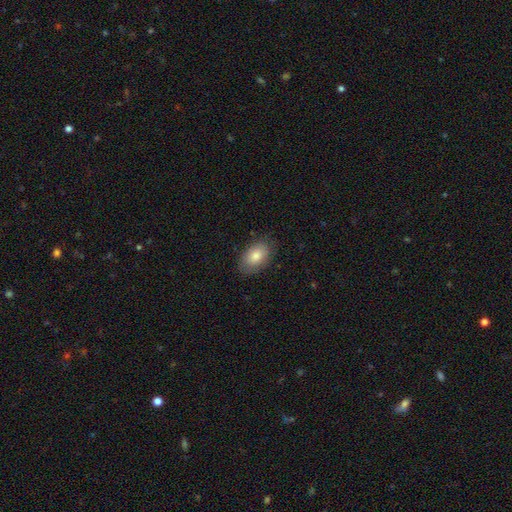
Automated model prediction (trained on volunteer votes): Smooth or featured: smooth — 79% (featured or disk — 14%)
How rounded: in between — 90% (round — 8%)
Merging: none — 82% (minor disturbance — 14%)